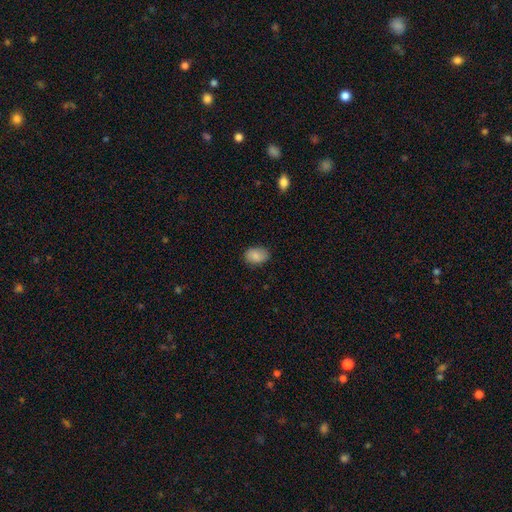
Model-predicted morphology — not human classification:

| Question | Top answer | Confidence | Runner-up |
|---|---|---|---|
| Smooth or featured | smooth | 86% | star or artifact (8%) |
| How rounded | in between | 79% | round (19%) |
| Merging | none | 83% | minor disturbance (14%) |